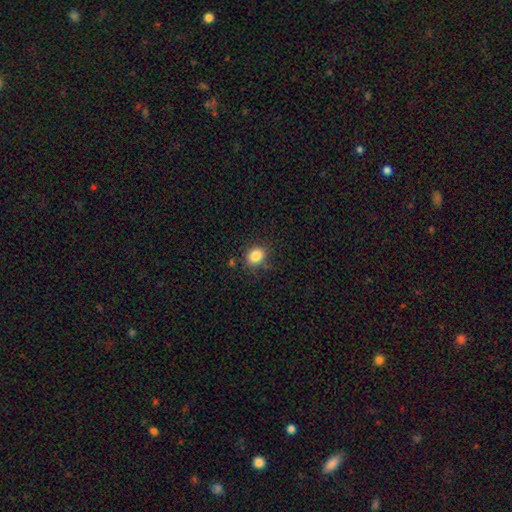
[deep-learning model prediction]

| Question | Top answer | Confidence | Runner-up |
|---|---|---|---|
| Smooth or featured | smooth | 84% | star or artifact (10%) |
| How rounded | in between | 55% | round (44%) |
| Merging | none | 80% | minor disturbance (14%) |